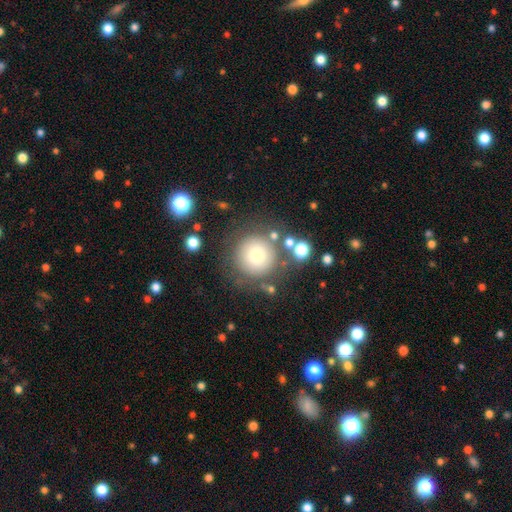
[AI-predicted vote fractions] A smooth galaxy with no disk features (71%) that is round (96%). Merging: none (77%).